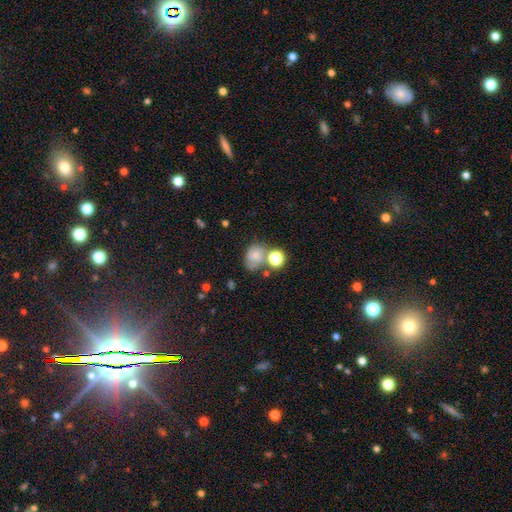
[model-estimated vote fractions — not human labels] Smooth or featured?
  - smooth: 67% *
  - featured or disk: 18%
  - star or artifact: 15%
How rounded?
  - round: 53% *
  - in between: 46%
  - cigar-shaped: 1%
Merging?
  - none: 41% *
  - merger: 30%
  - minor disturbance: 19%
  - major disturbance: 11%